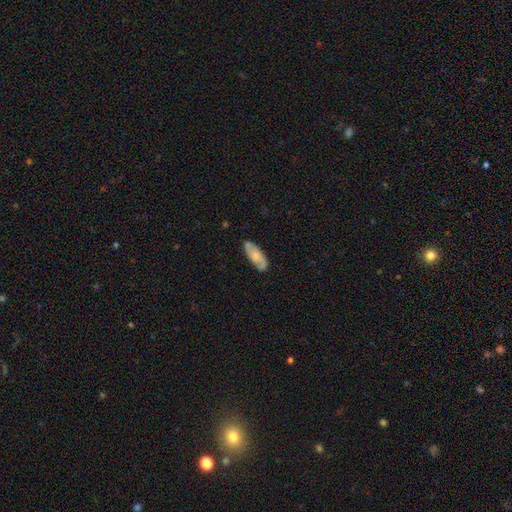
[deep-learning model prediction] This is possibly a smooth galaxy (52%). How rounded: likely in between (72%). Merging: likely none (77%).